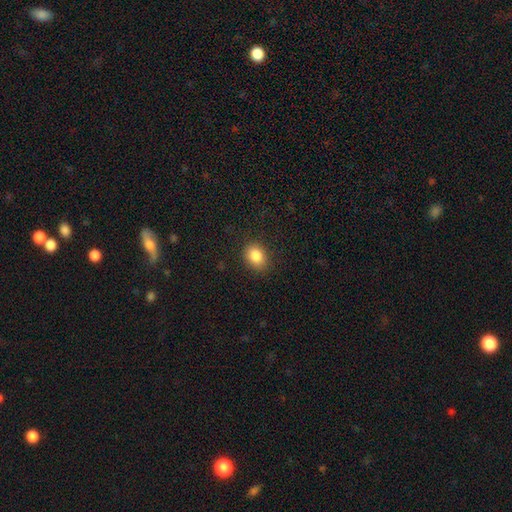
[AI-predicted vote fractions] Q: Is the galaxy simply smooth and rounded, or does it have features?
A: smooth — 86%.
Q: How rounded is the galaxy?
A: in between — 63%.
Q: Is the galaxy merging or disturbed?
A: none — 85%.